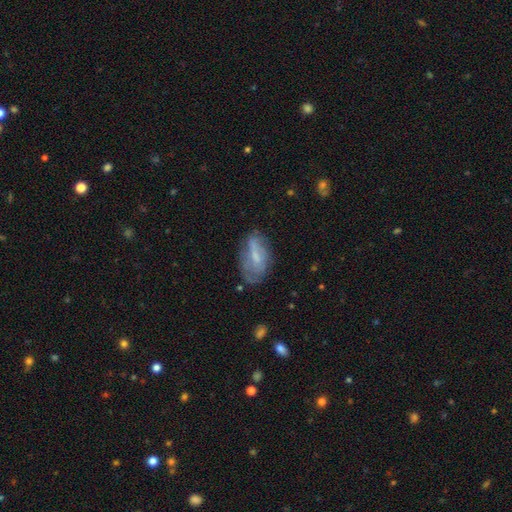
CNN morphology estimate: smooth-or-featured: smooth: 50% | featured or disk: 42% | star or artifact: 8%
  merging: none: 53% | minor disturbance: 30% | major disturbance: 15% | merger: 3%